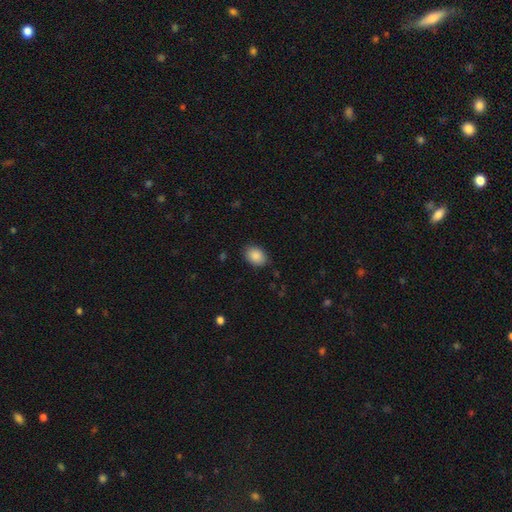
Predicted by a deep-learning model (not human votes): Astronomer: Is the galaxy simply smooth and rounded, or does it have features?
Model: smooth — 89%.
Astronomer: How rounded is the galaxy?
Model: in between — 73%.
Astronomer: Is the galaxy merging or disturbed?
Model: none — 84%.